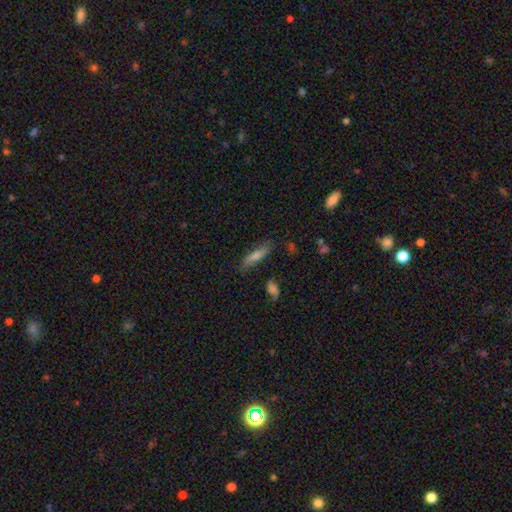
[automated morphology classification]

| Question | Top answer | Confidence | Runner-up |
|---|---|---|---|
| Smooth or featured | smooth | 65% | featured or disk (26%) |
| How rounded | cigar-shaped | 71% | in between (26%) |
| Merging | none | 77% | minor disturbance (16%) |